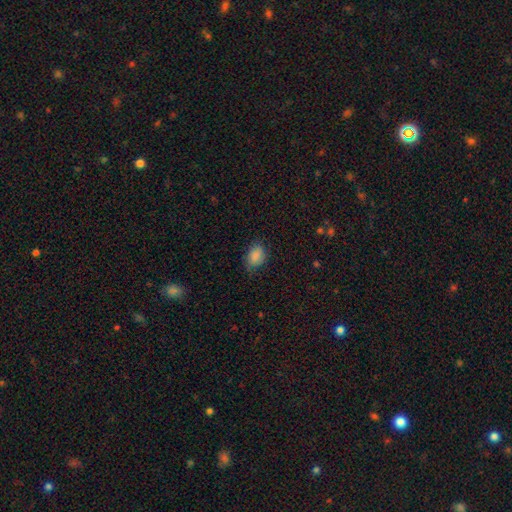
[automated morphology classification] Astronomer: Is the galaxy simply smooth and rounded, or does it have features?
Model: smooth — 86%.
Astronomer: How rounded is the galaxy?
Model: in between — 78%.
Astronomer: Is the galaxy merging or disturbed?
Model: none — 69%.